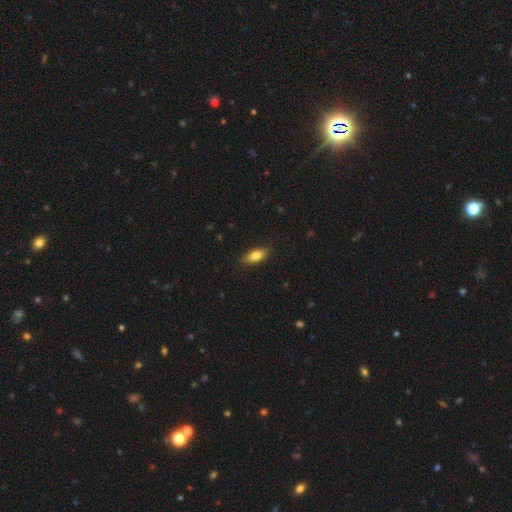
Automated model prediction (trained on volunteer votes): Smooth or featured?
  - smooth: 79% *
  - featured or disk: 14%
  - star or artifact: 7%
How rounded?
  - in between: 78% *
  - cigar-shaped: 19%
  - round: 3%
Merging?
  - none: 85% *
  - minor disturbance: 11%
  - major disturbance: 2%
  - merger: 1%